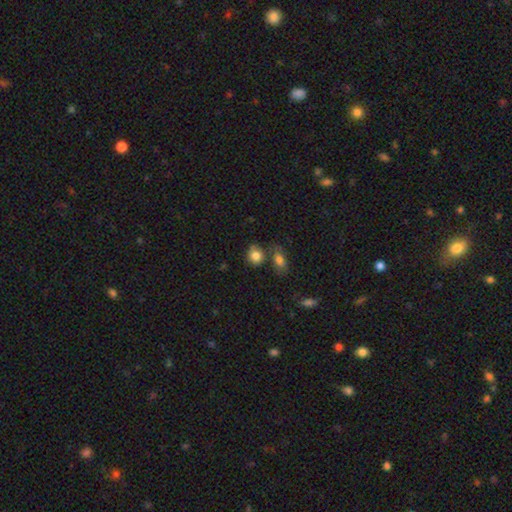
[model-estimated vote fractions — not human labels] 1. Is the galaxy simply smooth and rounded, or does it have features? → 84% smooth, 9% star or artifact, 7% featured or disk.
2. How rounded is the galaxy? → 70% round, 28% in between, 1% cigar-shaped.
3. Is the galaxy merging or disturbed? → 63% none, 18% merger, 15% minor disturbance, 4% major disturbance.